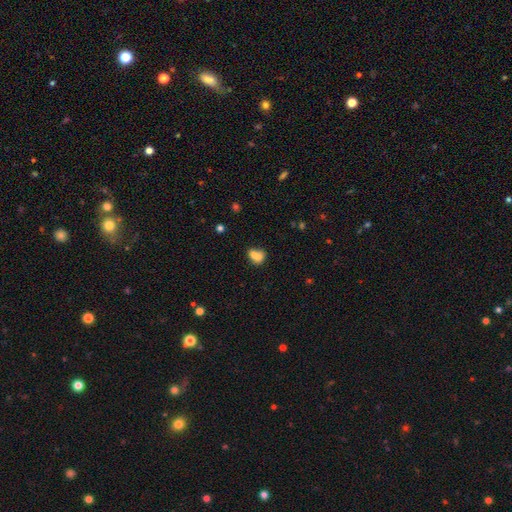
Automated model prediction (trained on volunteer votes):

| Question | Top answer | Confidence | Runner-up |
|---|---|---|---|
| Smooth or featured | smooth | 77% | featured or disk (12%) |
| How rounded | in between | 68% | round (29%) |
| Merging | none | 40% | merger (26%) |